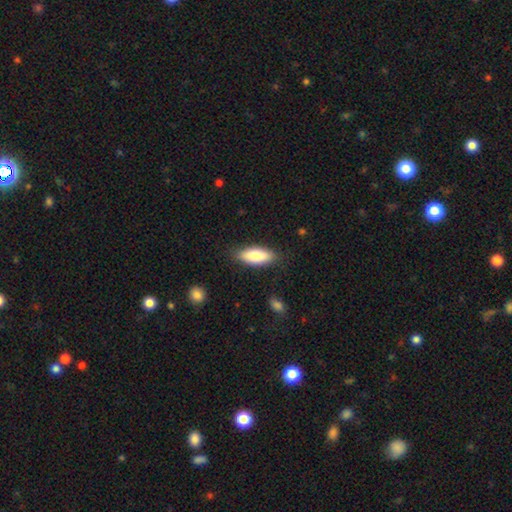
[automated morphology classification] type=smooth (83%); roundness=in between (74%); merging=none (84%).